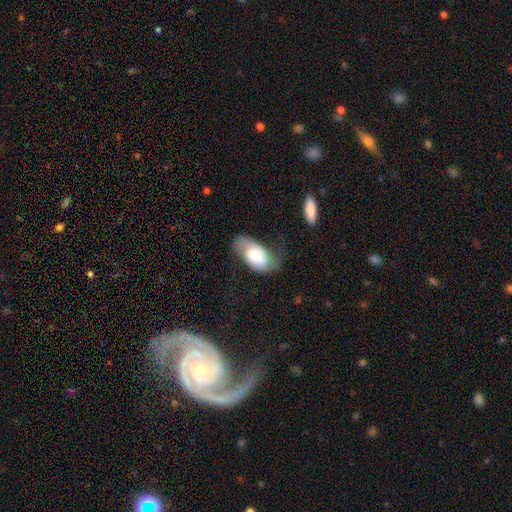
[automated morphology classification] Smooth or featured? Predicted: smooth (p=0.56). How rounded? Predicted: in between (p=0.94). Merging? Predicted: none (p=0.38).